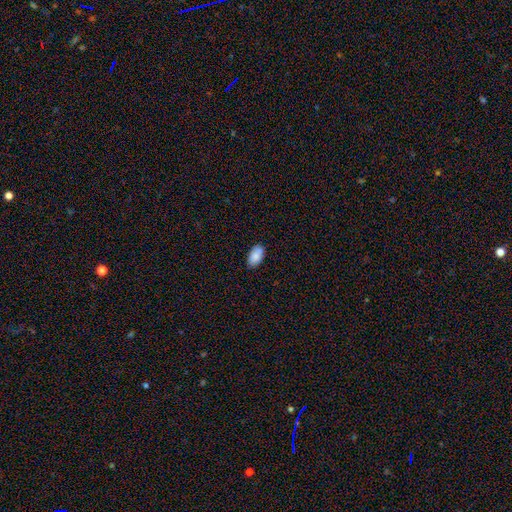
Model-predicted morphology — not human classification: The model was most divided on "merging": none: 82%, minor disturbance: 14%, major disturbance: 2%, merger: 2%. More confident: how rounded — in between (94%); smooth or featured — smooth (87%).